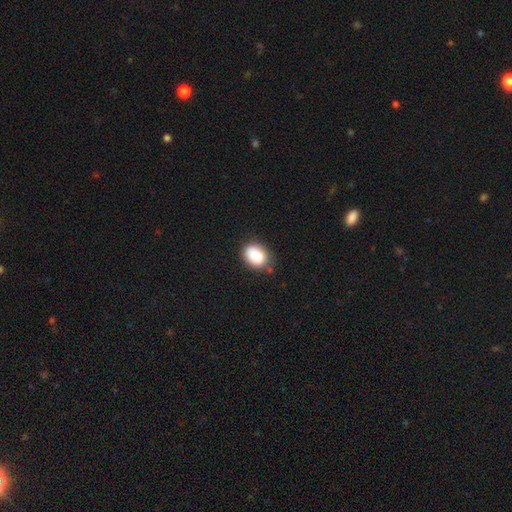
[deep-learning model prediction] A smooth galaxy with no disk features (86%) that is in between round and cigar-shaped (76%).

Vote fractions:
- Smooth or featured? smooth: 86% / star or artifact: 8% / featured or disk: 6%
- How rounded? in between: 76% / round: 23% / cigar-shaped: 1%
- Merging? none: 72% / minor disturbance: 20% / major disturbance: 4% / merger: 3%